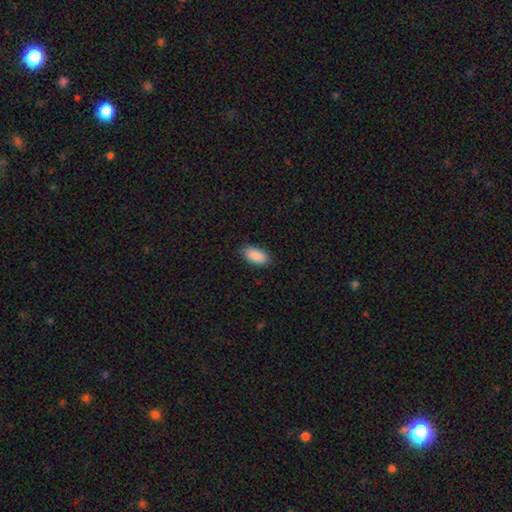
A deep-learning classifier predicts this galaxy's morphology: smooth 91%, star or artifact 6%, featured or disk 3%. Down the decision tree: how rounded — in between (93%); merging — none (87%).